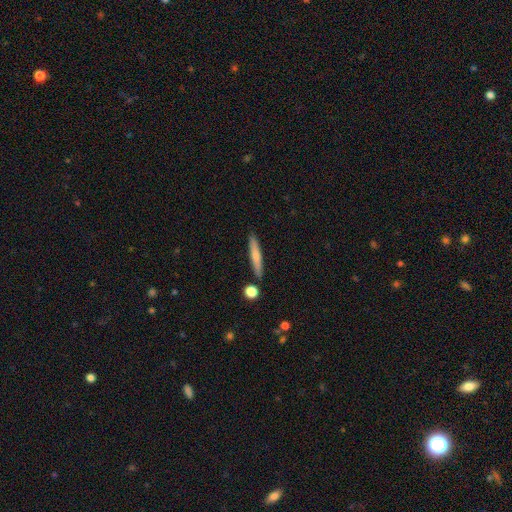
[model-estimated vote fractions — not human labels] Smooth or featured?
  - smooth: 64% *
  - featured or disk: 30%
  - star or artifact: 6%
How rounded?
  - cigar-shaped: 92% *
  - in between: 6%
  - round: 2%
Merging?
  - none: 86% *
  - minor disturbance: 8%
  - merger: 4%
  - major disturbance: 2%